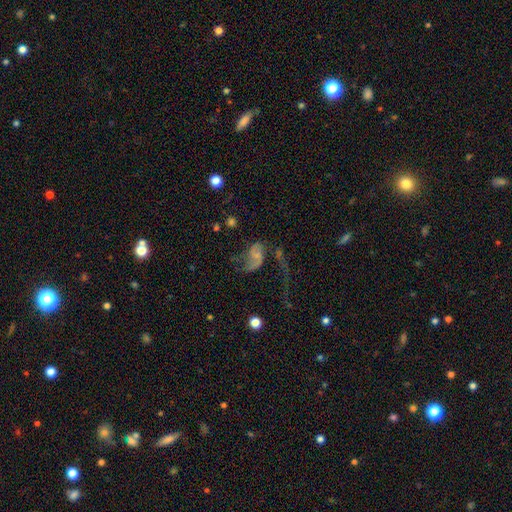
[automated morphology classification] smooth-or-featured: featured or disk: 58% | smooth: 28% | star or artifact: 14%
  disk-edge-on: no: 97% | yes: 3%
    bar: no: 67% | weak: 26% | strong: 7%
    has-spiral-arms: yes: 67% | no: 33%
    bulge-size: small: 41% | none: 38% | moderate: 16% | large: 3% | dominant: 2%
  merging: major disturbance: 50% | none: 21% | merger: 14% | minor disturbance: 14%